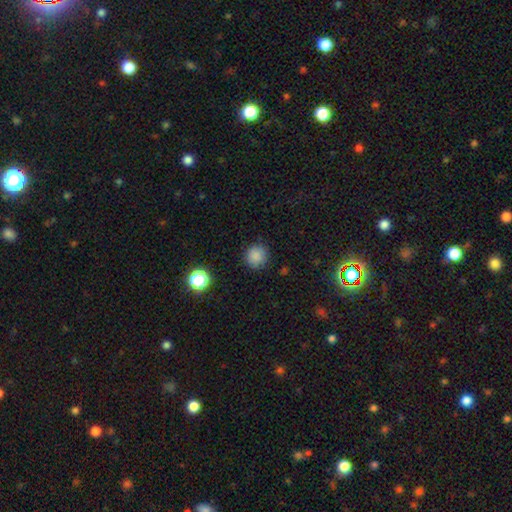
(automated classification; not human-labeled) Morphology: type=smooth (84%); roundness=round (92%); merging=none (87%).